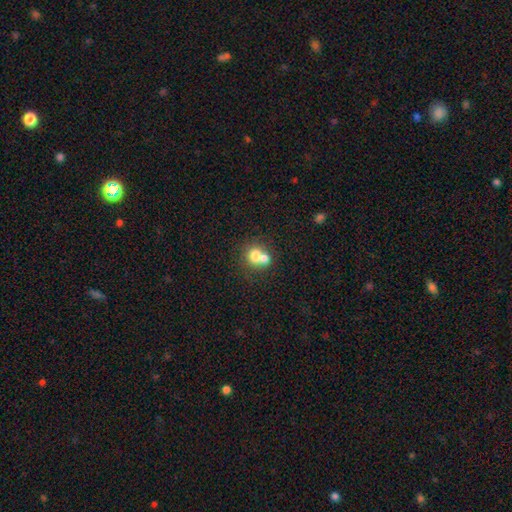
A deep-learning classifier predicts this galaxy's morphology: type=smooth (71%); roundness=round (79%); merging=merger (58%).